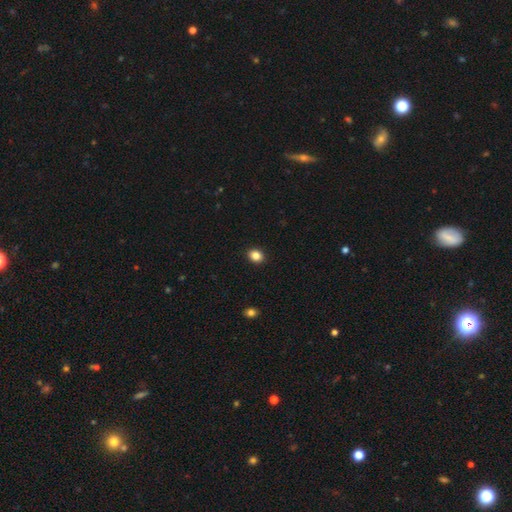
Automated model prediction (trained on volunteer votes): Smooth or featured?
  - smooth: 85% *
  - star or artifact: 10%
  - featured or disk: 4%
How rounded?
  - round: 52% *
  - in between: 47%
  - cigar-shaped: 1%
Merging?
  - none: 91% *
  - minor disturbance: 6%
  - major disturbance: 2%
  - merger: 1%